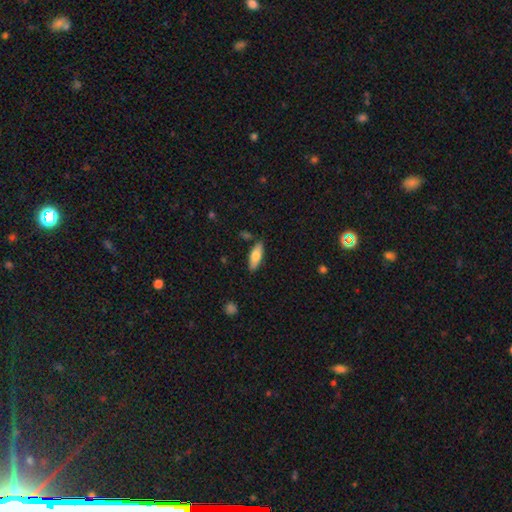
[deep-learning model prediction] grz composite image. It shows a smooth galaxy with no disk features (68%) that is in between round and cigar-shaped (63%). Merging: none (86%).